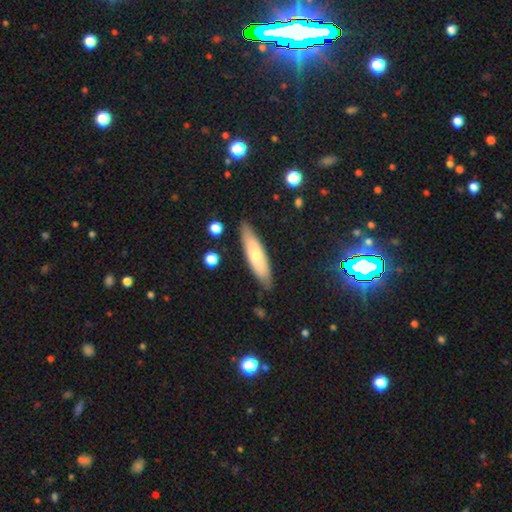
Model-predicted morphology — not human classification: smooth-or-featured: smooth: 66% | featured or disk: 28% | star or artifact: 6%
  how-rounded: cigar-shaped: 71% | in between: 27% | round: 2%
  merging: none: 86% | minor disturbance: 10% | major disturbance: 2% | merger: 2%